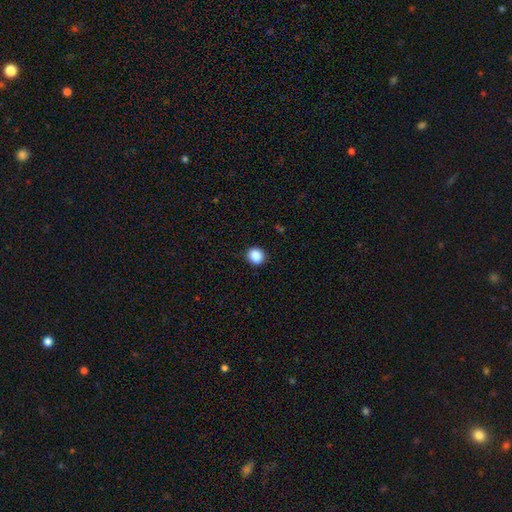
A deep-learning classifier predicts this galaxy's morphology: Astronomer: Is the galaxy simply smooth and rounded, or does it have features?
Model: smooth — 88%.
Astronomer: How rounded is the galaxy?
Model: round — 83%.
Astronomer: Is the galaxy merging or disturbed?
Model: none — 90%.